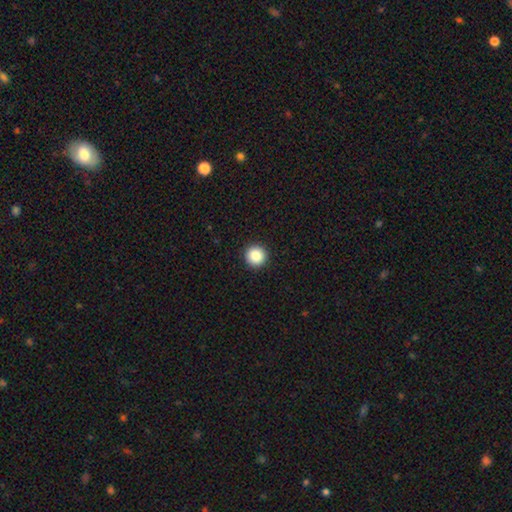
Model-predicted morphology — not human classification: This appears to be a smooth galaxy with no disk features (87%) that is round (96%). Merging: none (93%).